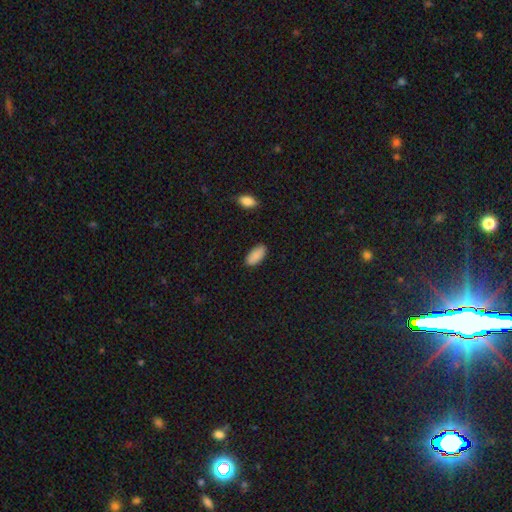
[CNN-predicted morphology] Smooth or featured: smooth — 90% (star or artifact — 6%)
How rounded: in between — 93% (cigar-shaped — 5%)
Merging: none — 87% (minor disturbance — 10%)